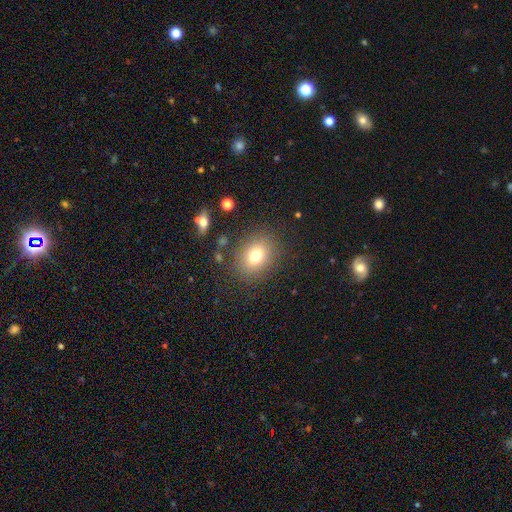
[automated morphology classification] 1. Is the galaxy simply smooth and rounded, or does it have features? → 75% smooth, 13% star or artifact, 12% featured or disk.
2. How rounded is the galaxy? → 51% round, 48% in between, 1% cigar-shaped.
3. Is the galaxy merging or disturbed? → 83% none, 10% minor disturbance, 4% major disturbance, 2% merger.